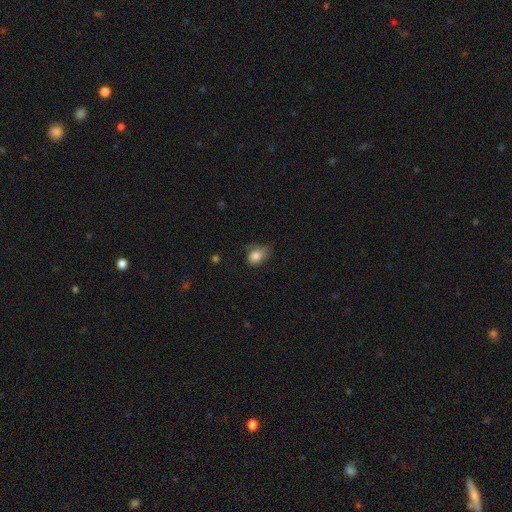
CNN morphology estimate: smooth_or_featured: smooth (p=0.82) [alt: star or artifact p=0.09]
how_rounded: in between (p=0.72) [alt: round p=0.27]
merging: none (p=0.48) [alt: minor disturbance p=0.36]